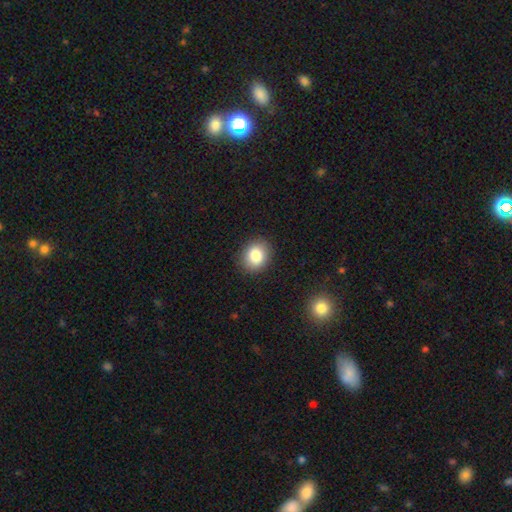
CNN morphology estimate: smooth 84%, star or artifact 9%, featured or disk 7%. Down the decision tree: how rounded — round (60%); merging — none (89%).